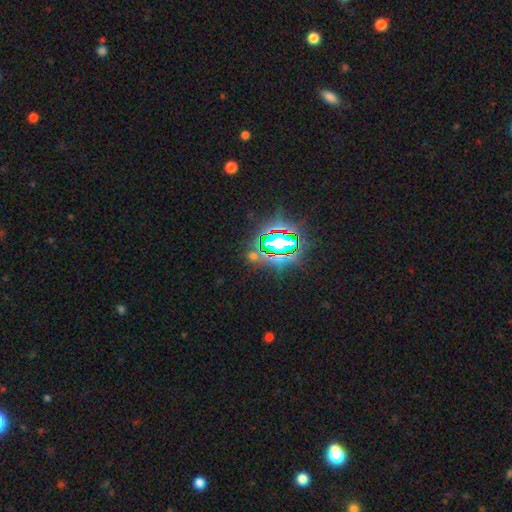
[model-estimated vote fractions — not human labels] The model was most divided on "smooth or featured": star or artifact: 77%, smooth: 14%, featured or disk: 9%.